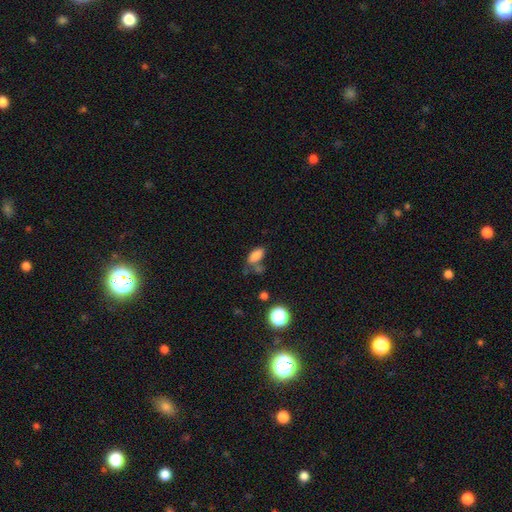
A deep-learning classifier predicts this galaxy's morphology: Overall: smooth (81%). How rounded: in between (88%). Merging: none (54%; minor disturbance 20%).